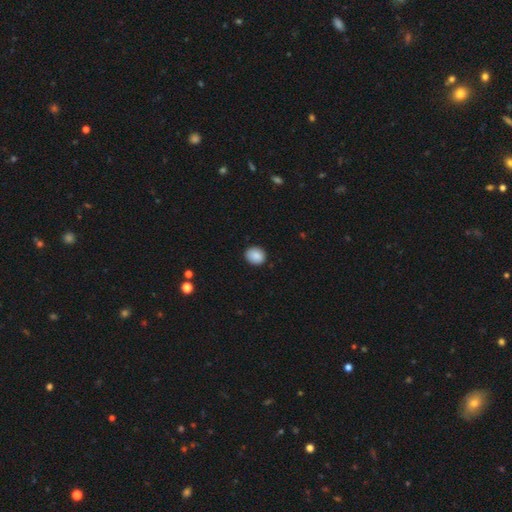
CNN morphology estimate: Smooth or featured?
  - smooth: 88% *
  - star or artifact: 8%
  - featured or disk: 3%
How rounded?
  - round: 70% *
  - in between: 29%
  - cigar-shaped: 1%
Merging?
  - none: 89% *
  - minor disturbance: 8%
  - major disturbance: 2%
  - merger: 1%